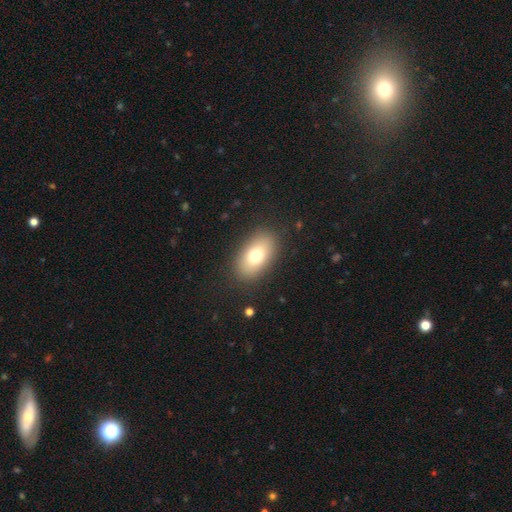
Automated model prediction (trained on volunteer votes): Smooth or featured: smooth — 76% (featured or disk — 16%)
How rounded: in between — 90% (round — 7%)
Merging: none — 86% (minor disturbance — 9%)